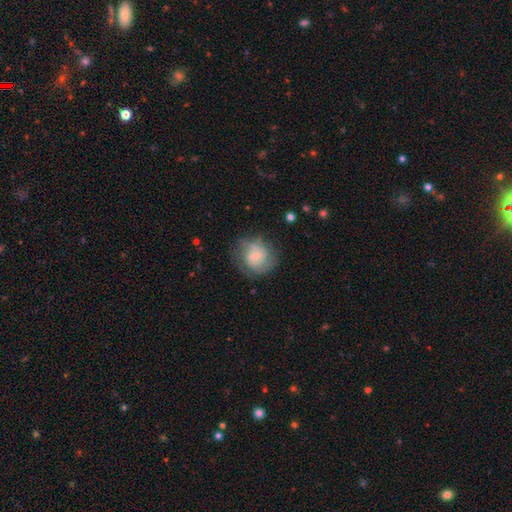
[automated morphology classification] smooth-or-featured: featured or disk: 46% (tied) | smooth: 46% (tied) | star or artifact: 8%
  merging: none: 65% | minor disturbance: 21% | major disturbance: 12% | merger: 2%